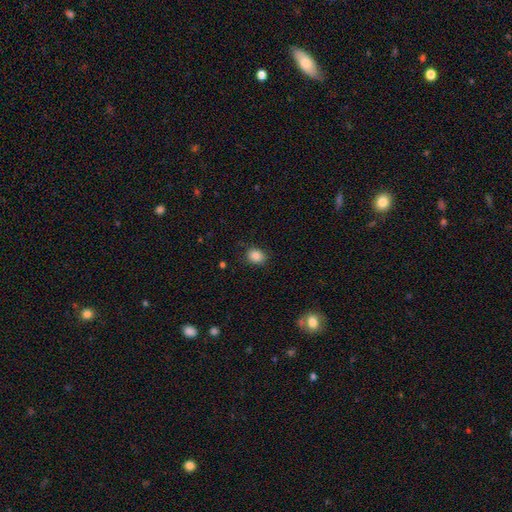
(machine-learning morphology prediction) Smooth or featured? Predicted: smooth (p=0.87). How rounded? Predicted: round (p=0.50). Merging? Predicted: none (p=0.80).